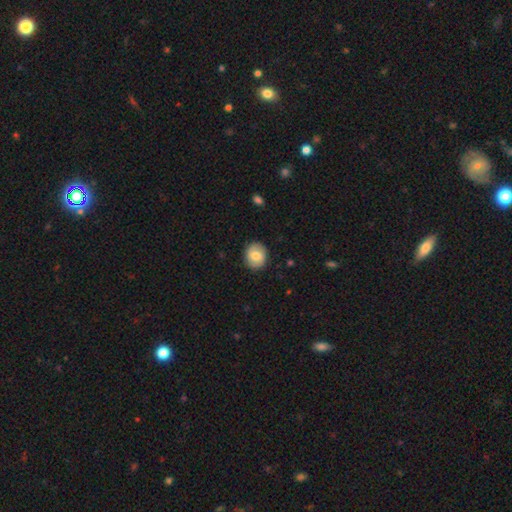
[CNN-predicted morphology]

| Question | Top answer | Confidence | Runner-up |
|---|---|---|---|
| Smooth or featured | smooth | 70% | featured or disk (22%) |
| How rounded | round | 74% | in between (25%) |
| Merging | none | 87% | minor disturbance (10%) |